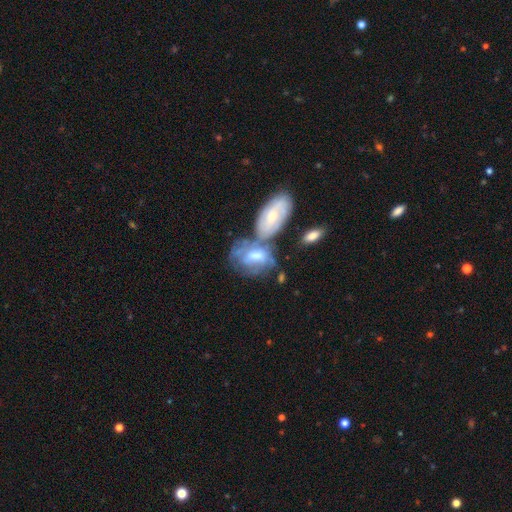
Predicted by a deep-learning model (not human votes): Morphology: type=featured or disk (55%); edge-on=no (93%); bar=no (50%); spiral arms=yes (57%); bulge=moderate (50%); merging=merger (50%).